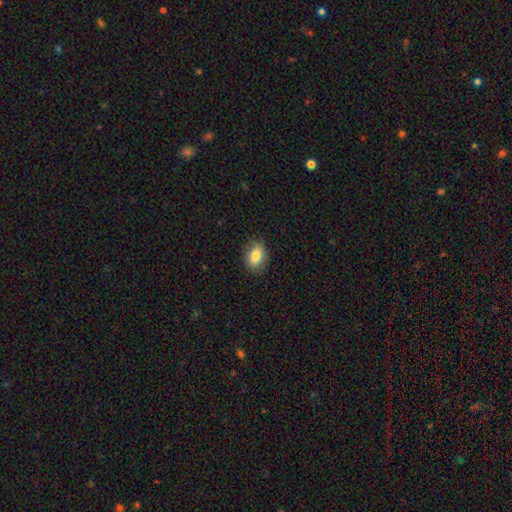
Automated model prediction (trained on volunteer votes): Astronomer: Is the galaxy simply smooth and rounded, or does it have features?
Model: smooth — 78%.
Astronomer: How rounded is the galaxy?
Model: in between — 77%.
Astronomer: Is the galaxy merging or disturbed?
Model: none — 85%.